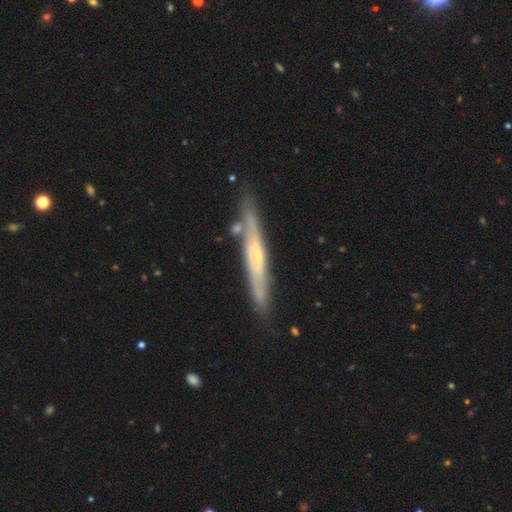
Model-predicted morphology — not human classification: Smooth or featured: featured or disk — 64% (smooth — 31%)
Edge-on disk: yes — 89% (no — 11%)
Edge-on bulge: none — 48% (rounded — 46%)
Merging: none — 82% (minor disturbance — 12%)